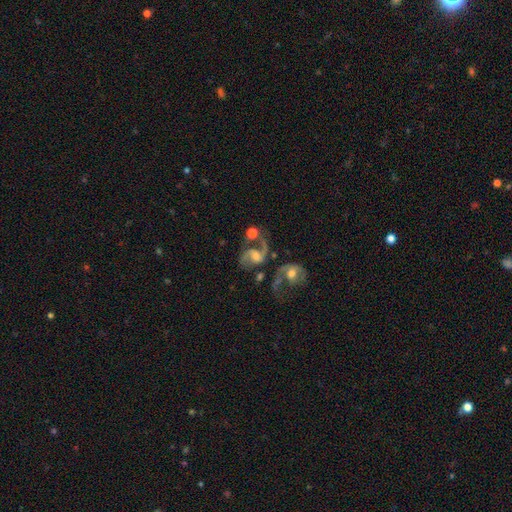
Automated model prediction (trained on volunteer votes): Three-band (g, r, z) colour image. It shows a featured or disk galaxy (82%) with a weak bar (43%, tied with no), 2 (82%) loose (46%) spiral arms (93%) and a moderate central bulge (49%). Merging: none (33%).